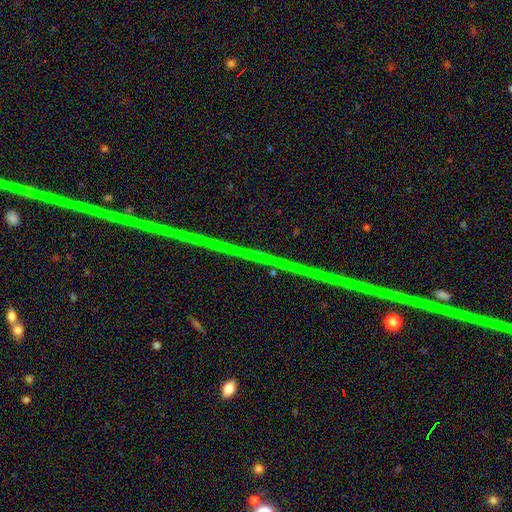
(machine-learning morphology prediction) A star or artifact, not a galaxy (79%).